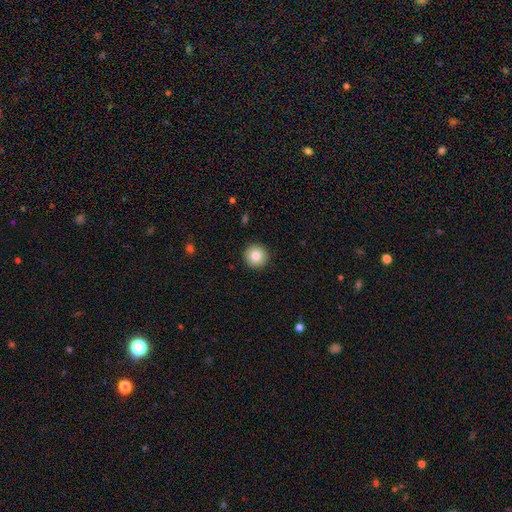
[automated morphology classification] Smooth or featured? Predicted: smooth (p=0.83). How rounded? Predicted: round (p=0.96). Merging? Predicted: none (p=0.93).